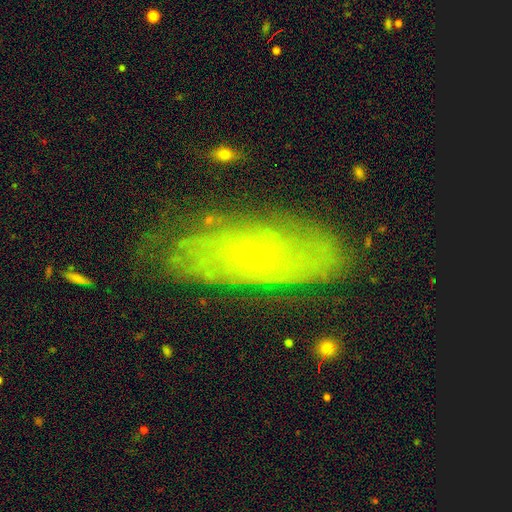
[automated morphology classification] smooth-or-featured: featured or disk: 67% | smooth: 25% | star or artifact: 9%
  disk-edge-on: no: 87% | yes: 13%
    bar: no: 68% | weak: 28% | strong: 4%
    has-spiral-arms: yes: 84% | no: 16%
    bulge-size: small: 56% | none: 22% | moderate: 18% | large: 3% | dominant: 1%
  merging: none: 72% | minor disturbance: 19% | major disturbance: 6% | merger: 2%